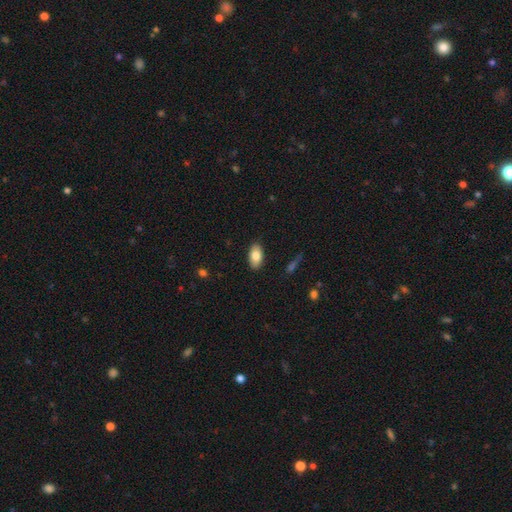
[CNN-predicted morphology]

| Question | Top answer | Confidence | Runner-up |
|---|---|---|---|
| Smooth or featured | smooth | 81% | featured or disk (12%) |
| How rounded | in between | 93% | round (4%) |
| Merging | none | 88% | minor disturbance (9%) |